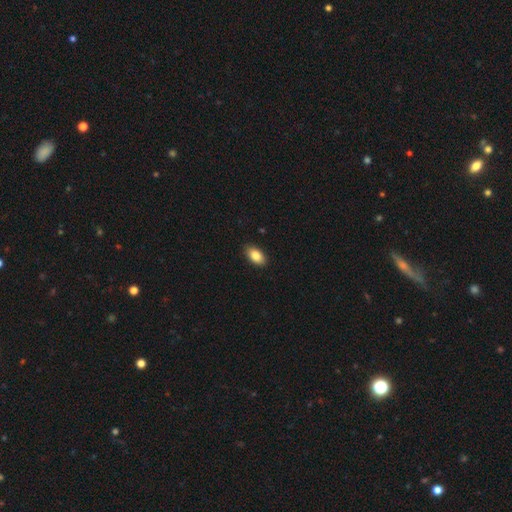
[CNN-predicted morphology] smooth-or-featured: smooth: 86% | star or artifact: 7% | featured or disk: 7%
  how-rounded: in between: 93% | round: 5% | cigar-shaped: 3%
  merging: none: 88% | minor disturbance: 9% | major disturbance: 2% | merger: 1%